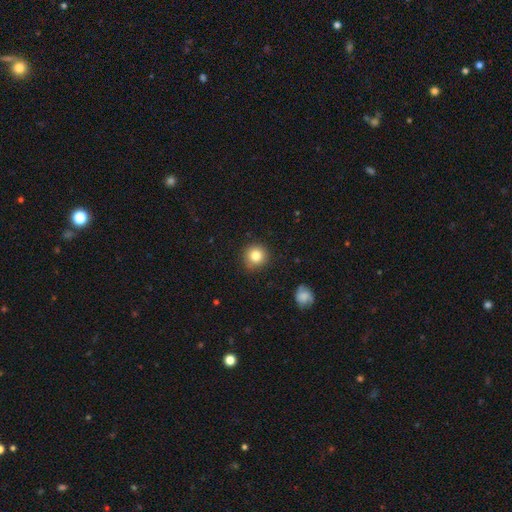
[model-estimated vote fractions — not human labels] Smooth or featured?
  - smooth: 83% *
  - star or artifact: 10%
  - featured or disk: 7%
How rounded?
  - round: 93% *
  - in between: 6%
  - cigar-shaped: 1%
Merging?
  - none: 88% *
  - minor disturbance: 9%
  - major disturbance: 2%
  - merger: 1%